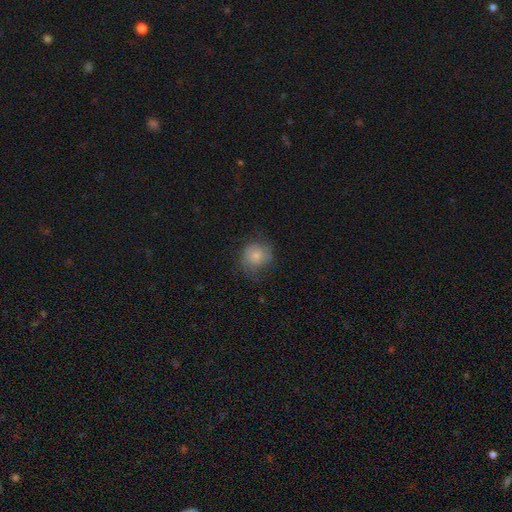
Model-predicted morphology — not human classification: type=smooth (70%); roundness=round (84%); merging=none (62%).